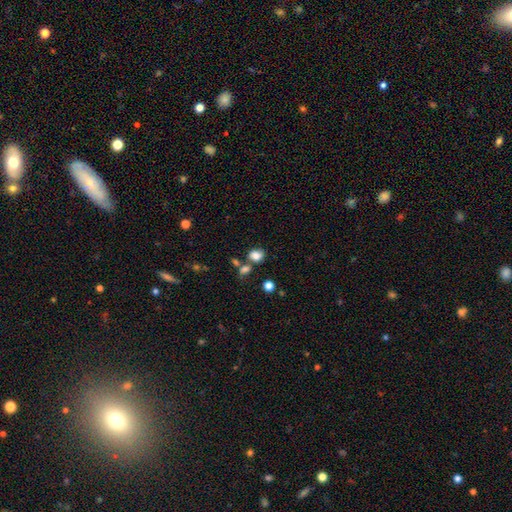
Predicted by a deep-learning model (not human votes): smooth_or_featured: smooth (p=0.81) [alt: star or artifact p=0.12]
how_rounded: in between (p=0.51) [alt: round p=0.48]
merging: none (p=0.58) [alt: merger p=0.22]